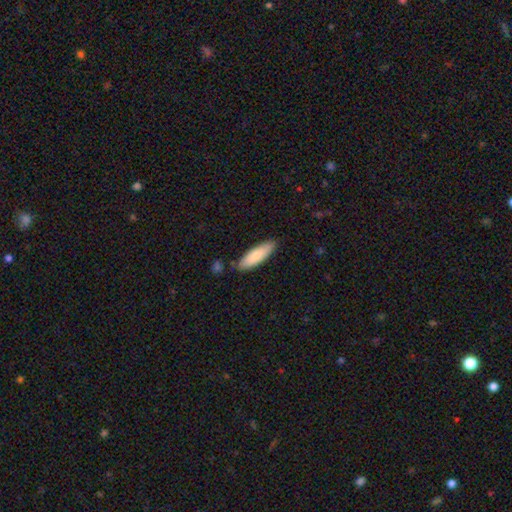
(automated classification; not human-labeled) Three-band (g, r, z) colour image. It shows a smooth galaxy with no disk features (84%) that is cigar-shaped (55%). Merging: none (83%).